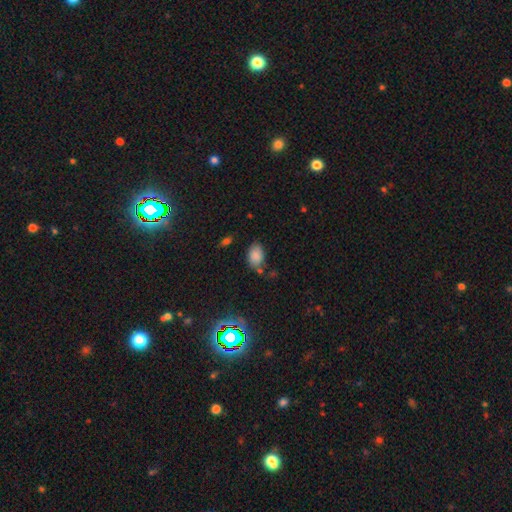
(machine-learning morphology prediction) smooth 82%, star or artifact 12%, featured or disk 7%. Down the decision tree: how rounded — in between (85%); merging — none (64%).